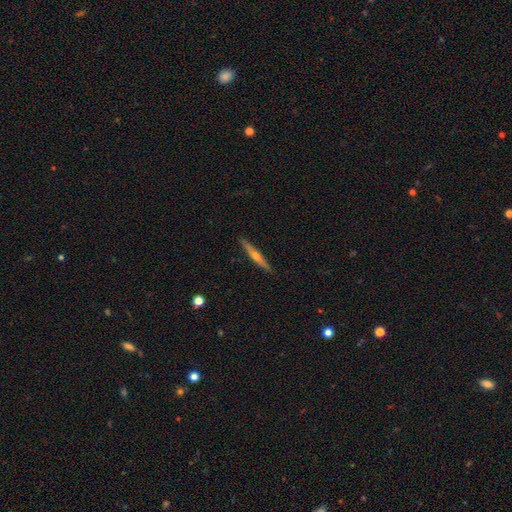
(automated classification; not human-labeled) Q: Smooth or featured?
A: featured or disk (66%); runner-up: smooth (28%)
Q: Edge-on disk?
A: yes (97%); runner-up: no (3%)
Q: Edge-on bulge?
A: rounded (84%); runner-up: none (13%)
Q: Merging?
A: none (91%); runner-up: minor disturbance (7%)